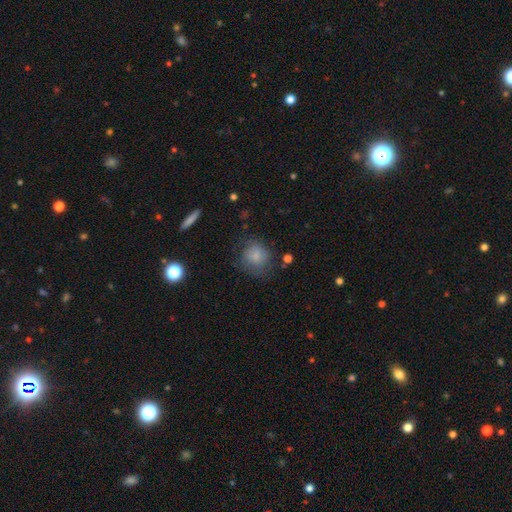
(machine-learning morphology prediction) smooth 77%, featured or disk 14%, star or artifact 9%. Down the decision tree: how rounded — round (80%); merging — none (61%).